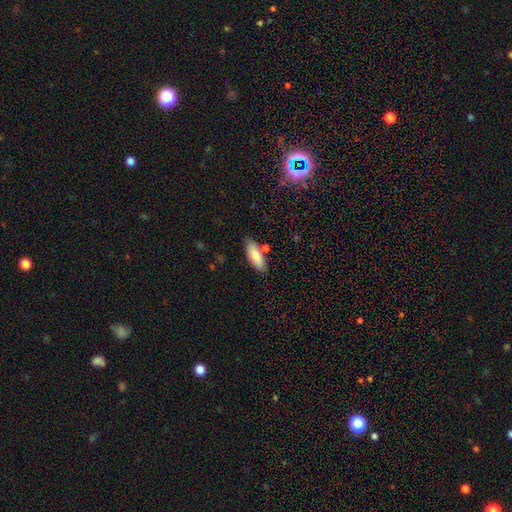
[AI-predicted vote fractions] Q: Smooth or featured?
A: smooth (81%); runner-up: featured or disk (13%)
Q: How rounded?
A: in between (73%); runner-up: cigar-shaped (25%)
Q: Merging?
A: none (79%); runner-up: minor disturbance (12%)